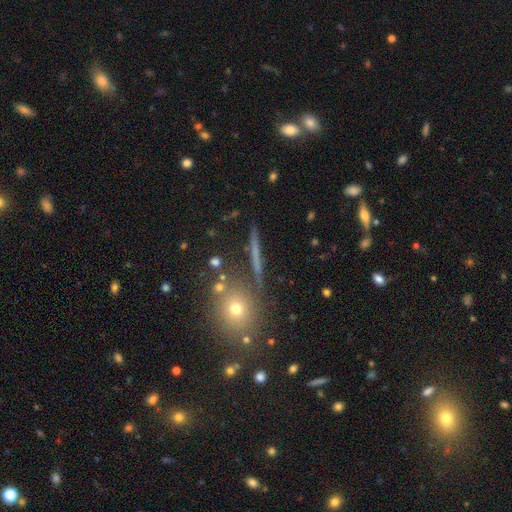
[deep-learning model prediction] Overall: featured or disk (41%; smooth 39%). Merging: none (85%).